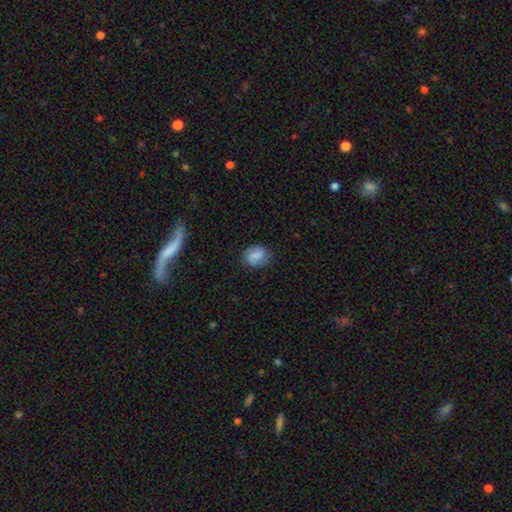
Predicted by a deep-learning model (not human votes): Overall: smooth (69%). How rounded: in between (56%; round 43%). Merging: none (76%).